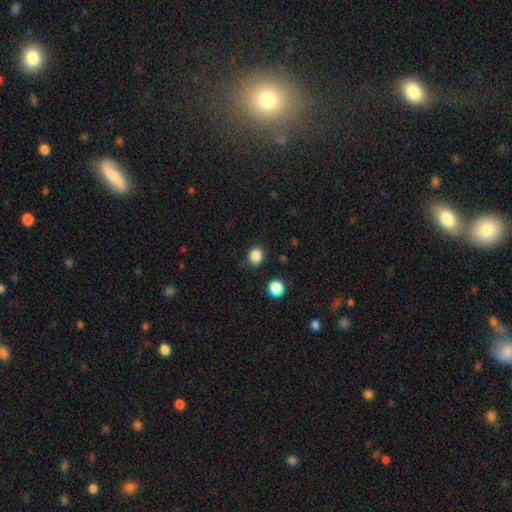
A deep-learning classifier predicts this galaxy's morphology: The model was most divided on "how rounded": round: 66%, in between: 33%, cigar-shaped: 1%. More confident: merging — none (86%); smooth or featured — smooth (86%).